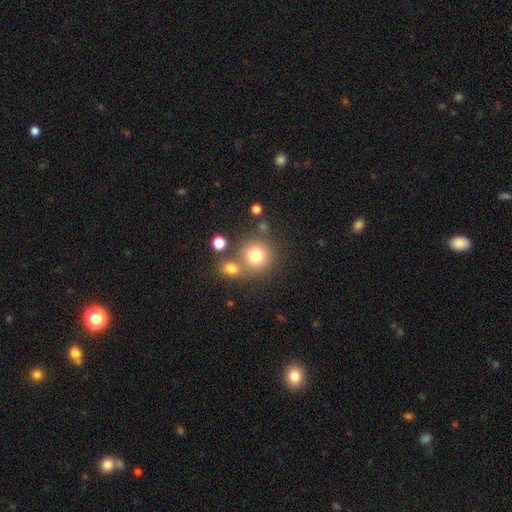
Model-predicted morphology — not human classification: Smooth or featured: smooth — 77% (star or artifact — 13%)
How rounded: round — 90% (in between — 9%)
Merging: none — 63% (merger — 24%)